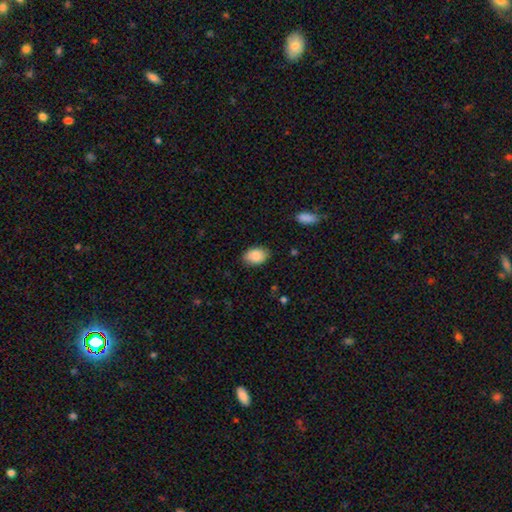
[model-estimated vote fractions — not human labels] Smooth or featured? Predicted: smooth (p=0.87). How rounded? Predicted: in between (p=0.83). Merging? Predicted: none (p=0.83).